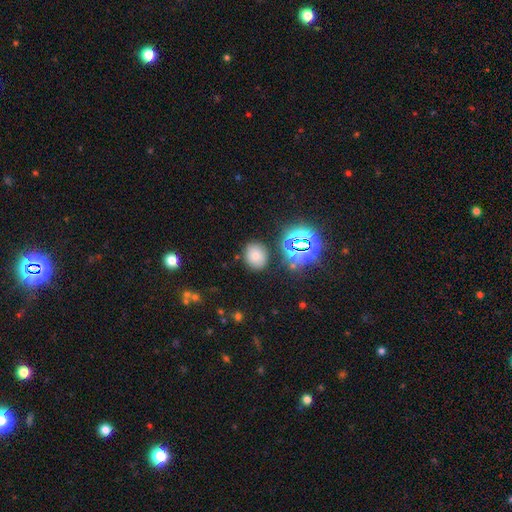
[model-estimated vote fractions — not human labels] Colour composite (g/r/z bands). It shows a smooth galaxy with no disk features (68%) that is round (53%). Merging: none (82%).